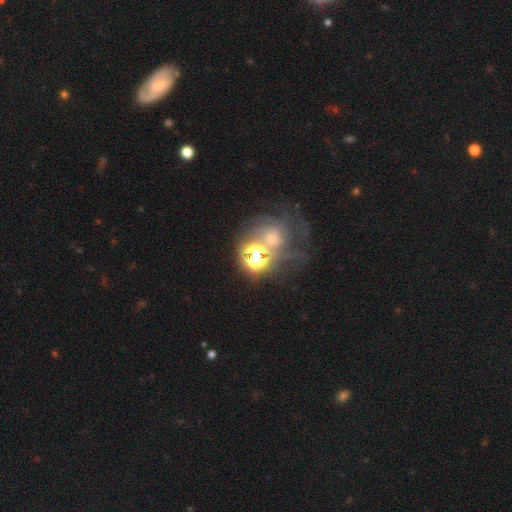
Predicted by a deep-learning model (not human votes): This appears to be a star or artifact, not a galaxy (43%).